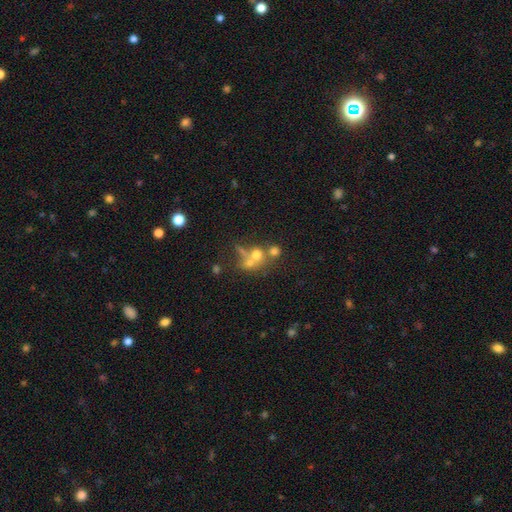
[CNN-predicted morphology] smooth-or-featured: smooth: 51% | featured or disk: 26% | star or artifact: 23%
  how-rounded: round: 76% | in between: 22% | cigar-shaped: 2%
  merging: merger: 49% | none: 34% | major disturbance: 8% | minor disturbance: 8%